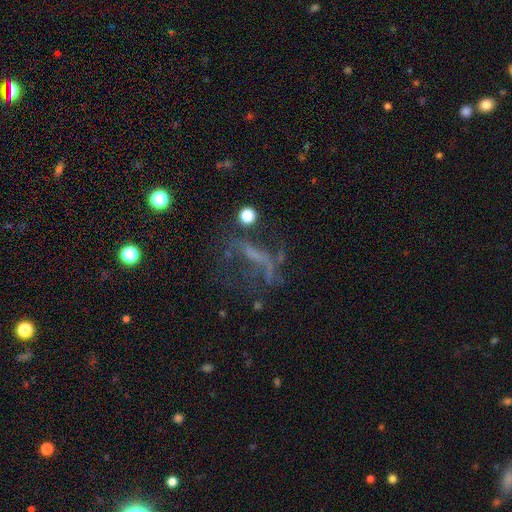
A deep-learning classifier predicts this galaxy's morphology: type=featured or disk (47%); merging=major disturbance (41%).